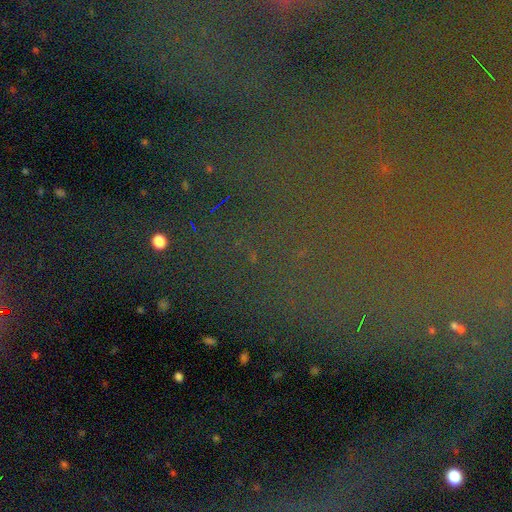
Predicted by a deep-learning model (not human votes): This is clearly a star or artifact rather than a galaxy (83%).